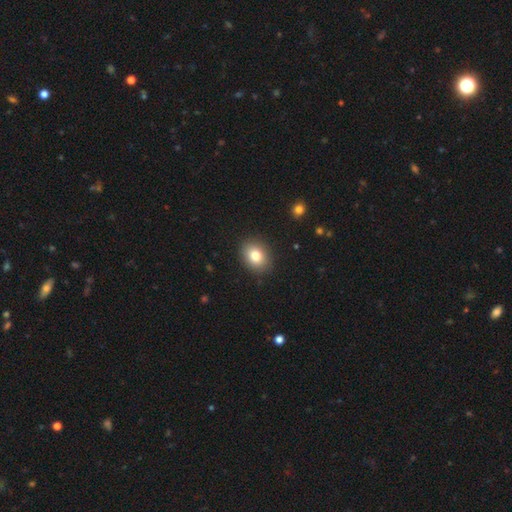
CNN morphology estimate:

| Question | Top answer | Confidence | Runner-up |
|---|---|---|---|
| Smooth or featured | smooth | 80% | featured or disk (10%) |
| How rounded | in between | 57% | round (42%) |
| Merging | none | 89% | minor disturbance (8%) |